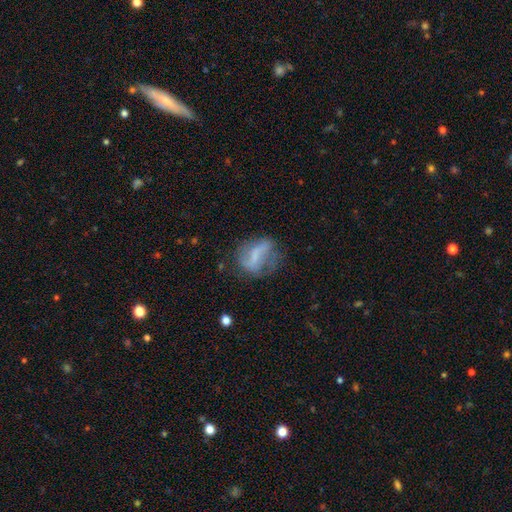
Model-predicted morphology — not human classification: smooth_or_featured: featured or disk (p=0.56) [alt: smooth p=0.34]
disk_edge_on: no (p=0.95) [alt: yes p=0.05]
bar: weak (p=0.37) [alt: strong p=0.34]
has_spiral_arms: yes (p=0.58) [alt: no p=0.42]
bulge_size: none (p=0.44) [alt: small p=0.36]
merging: none (p=0.46) [alt: minor disturbance p=0.26]